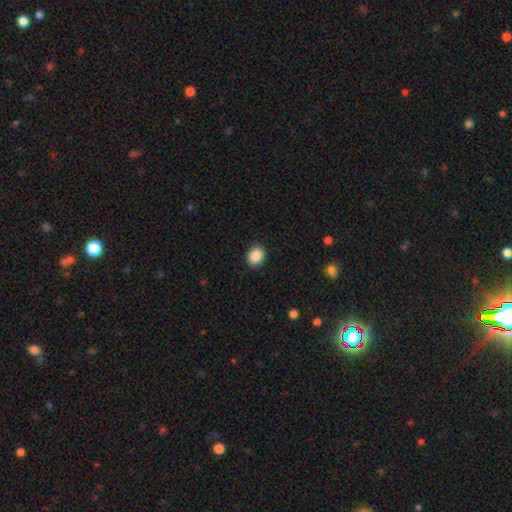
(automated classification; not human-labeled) A smooth galaxy with no disk features (89%) that is in between round and cigar-shaped (52%).

Vote fractions:
- Smooth or featured? smooth: 89% / star or artifact: 8% / featured or disk: 3%
- How rounded? in between: 52% / round: 47% / cigar-shaped: 1%
- Merging? none: 89% / minor disturbance: 8% / major disturbance: 2% / merger: 1%